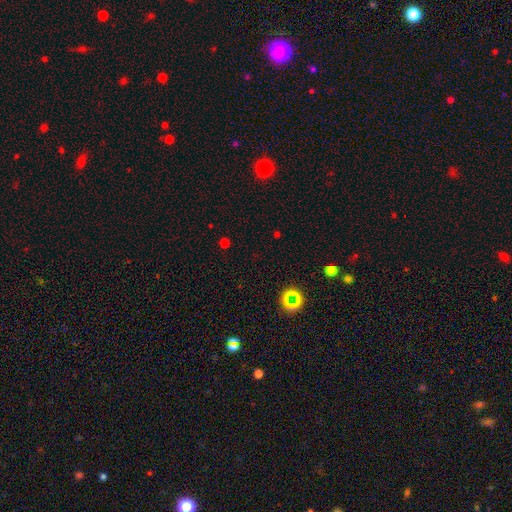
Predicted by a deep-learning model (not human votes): Morphology: type=star or artifact (58%).